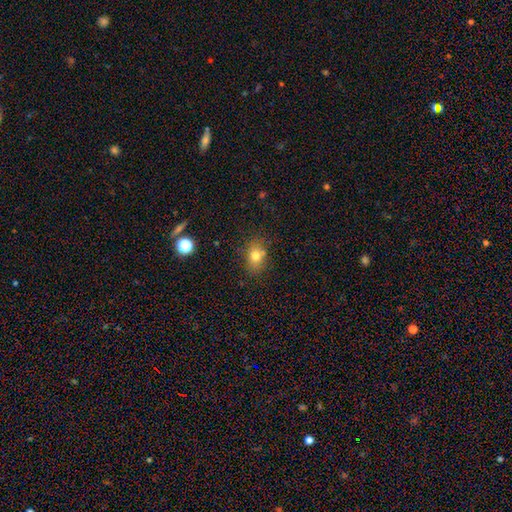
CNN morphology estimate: smooth 76%, star or artifact 13%, featured or disk 11%. Down the decision tree: how rounded — in between (67%); merging — none (74%).